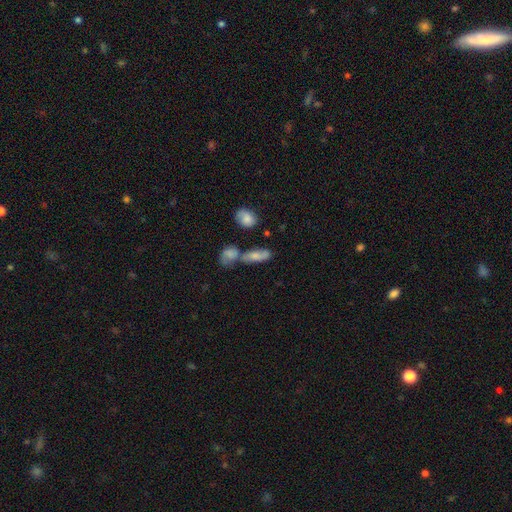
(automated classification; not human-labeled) The model was most divided on "merging": none: 42%, merger: 34%, minor disturbance: 17%, major disturbance: 8%. More confident: smooth or featured — smooth (66%); how rounded — in between (65%).